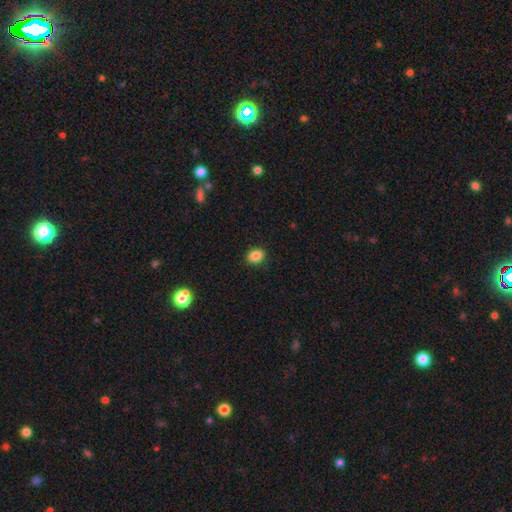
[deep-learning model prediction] Q: Smooth or featured?
A: smooth (86%); runner-up: star or artifact (10%)
Q: How rounded?
A: in between (55%); runner-up: round (44%)
Q: Merging?
A: none (88%); runner-up: minor disturbance (9%)